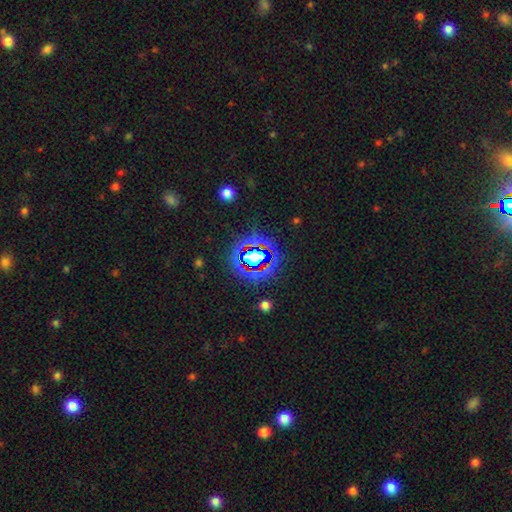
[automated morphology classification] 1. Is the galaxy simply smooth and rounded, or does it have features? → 68% star or artifact, 20% smooth, 12% featured or disk.